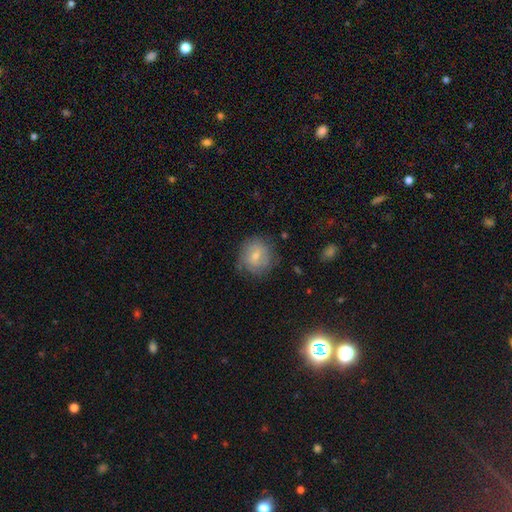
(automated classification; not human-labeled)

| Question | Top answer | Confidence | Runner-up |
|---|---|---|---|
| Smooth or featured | smooth | 52% | featured or disk (40%) |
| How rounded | round | 80% | in between (19%) |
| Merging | none | 70% | minor disturbance (21%) |